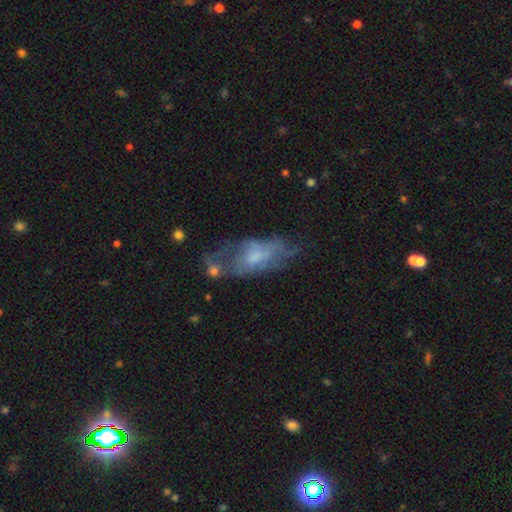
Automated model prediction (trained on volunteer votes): smooth_or_featured: featured or disk (p=0.57) [alt: smooth p=0.34]
disk_edge_on: no (p=0.86) [alt: yes p=0.14]
merging: none (p=0.44) [alt: minor disturbance p=0.26]